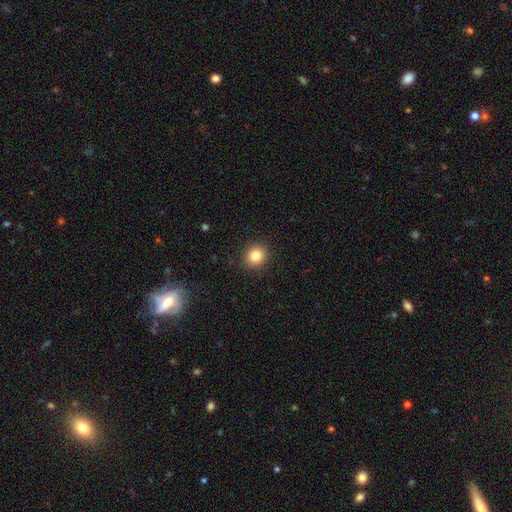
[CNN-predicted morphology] type=smooth (85%); roundness=round (84%); merging=none (90%).